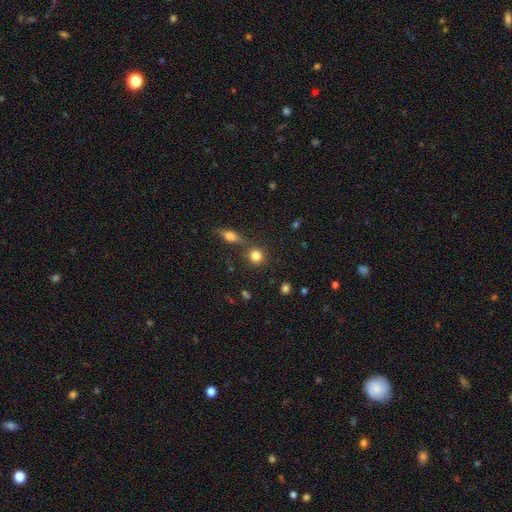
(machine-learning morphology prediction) type=smooth (80%); roundness=round (88%); merging=none (72%).